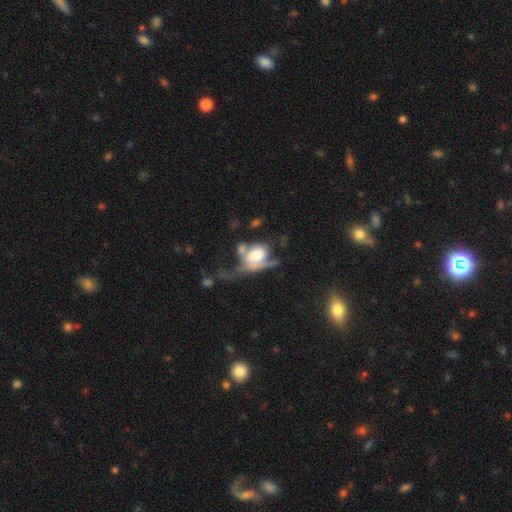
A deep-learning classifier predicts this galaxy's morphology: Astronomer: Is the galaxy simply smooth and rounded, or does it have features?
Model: smooth — 46% (runner-up: featured or disk, 45%).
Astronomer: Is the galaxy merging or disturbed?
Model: major disturbance — 43% (runner-up: merger, 27%).